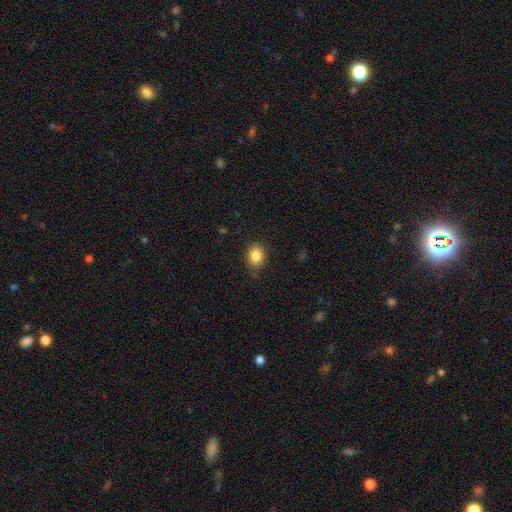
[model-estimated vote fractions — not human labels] Smooth or featured? Predicted: smooth (p=0.85). How rounded? Predicted: round (p=0.50). Merging? Predicted: none (p=0.82).